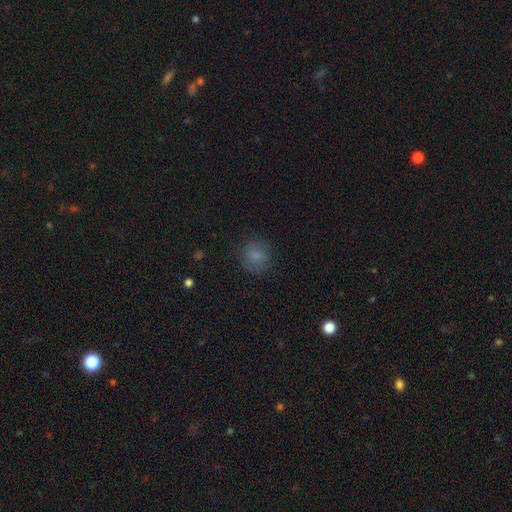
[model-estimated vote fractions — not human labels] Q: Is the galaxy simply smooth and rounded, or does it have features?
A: smooth — 77%.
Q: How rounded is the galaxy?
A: round — 74%.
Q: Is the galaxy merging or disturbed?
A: none — 79%.